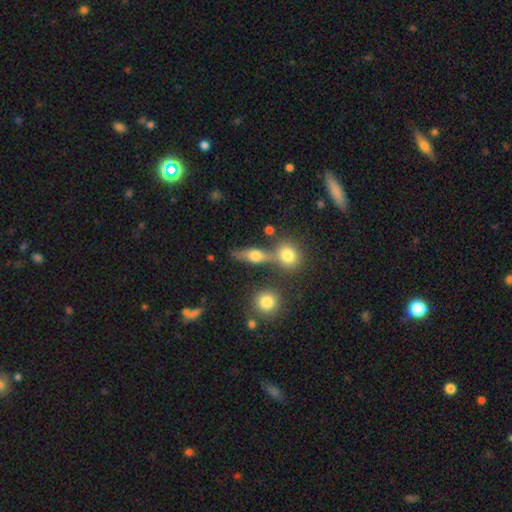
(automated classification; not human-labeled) A smooth galaxy with no disk features (56%) that is in between round and cigar-shaped (46%).

Vote fractions:
- Smooth or featured? smooth: 56% / featured or disk: 31% / star or artifact: 13%
- How rounded? in between: 46% / round: 28% / cigar-shaped: 26%
- Merging? none: 59% / merger: 22% / minor disturbance: 12% / major disturbance: 6%